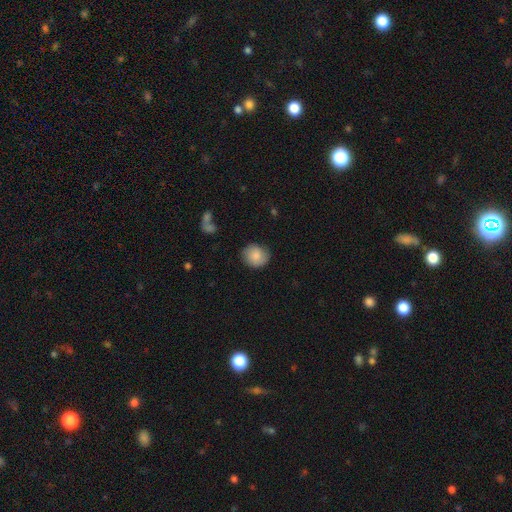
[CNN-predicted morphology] smooth_or_featured: smooth (p=0.83) [alt: featured or disk p=0.10]
how_rounded: round (p=0.81) [alt: in between p=0.18]
merging: none (p=0.80) [alt: minor disturbance p=0.15]